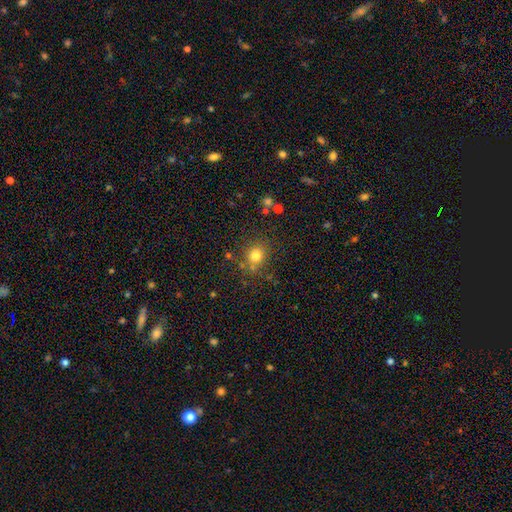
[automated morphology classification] Smooth or featured?
  - smooth: 77% *
  - star or artifact: 15%
  - featured or disk: 8%
How rounded?
  - round: 85% *
  - in between: 14%
  - cigar-shaped: 1%
Merging?
  - none: 76% *
  - minor disturbance: 12%
  - merger: 8%
  - major disturbance: 5%